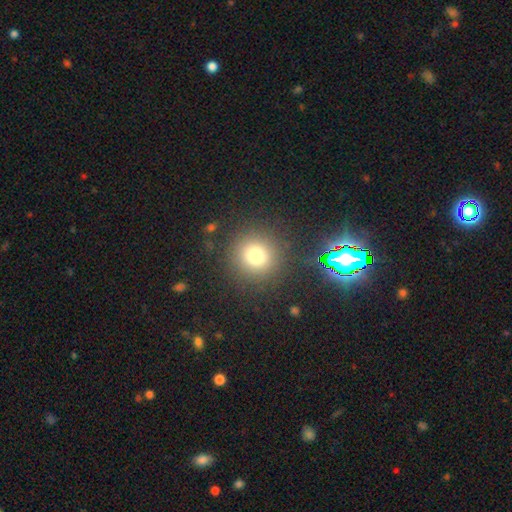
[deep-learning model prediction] Q: Smooth or featured?
A: smooth (74%); runner-up: star or artifact (18%)
Q: How rounded?
A: round (94%); runner-up: in between (5%)
Q: Merging?
A: none (87%); runner-up: minor disturbance (7%)